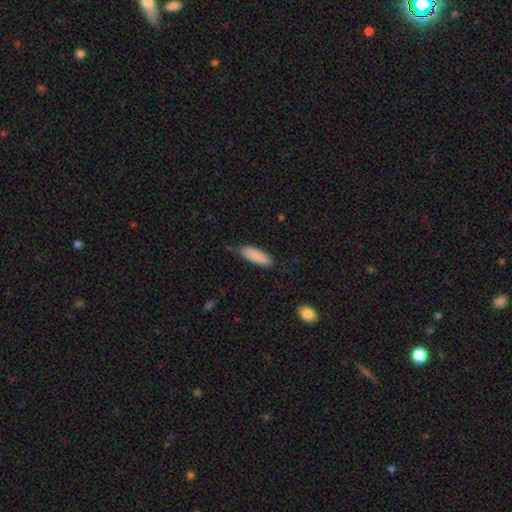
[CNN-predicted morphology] Q: Smooth or featured?
A: smooth (88%); runner-up: featured or disk (6%)
Q: How rounded?
A: in between (56%); runner-up: cigar-shaped (42%)
Q: Merging?
A: none (79%); runner-up: minor disturbance (17%)